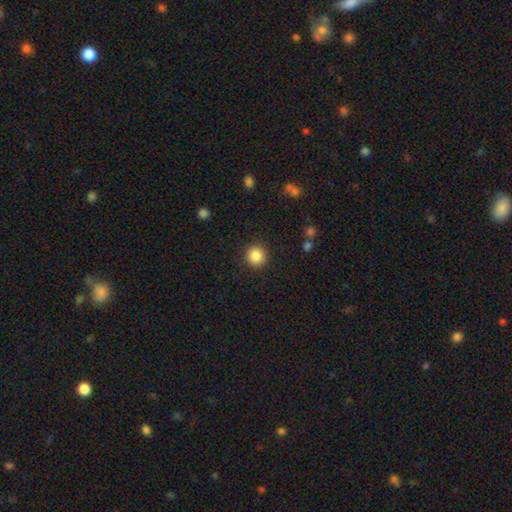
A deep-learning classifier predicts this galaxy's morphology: smooth-or-featured: smooth: 86% | star or artifact: 10% | featured or disk: 4%
  how-rounded: round: 93% | in between: 6% | cigar-shaped: 1%
  merging: none: 91% | minor disturbance: 6% | major disturbance: 2% | merger: 1%